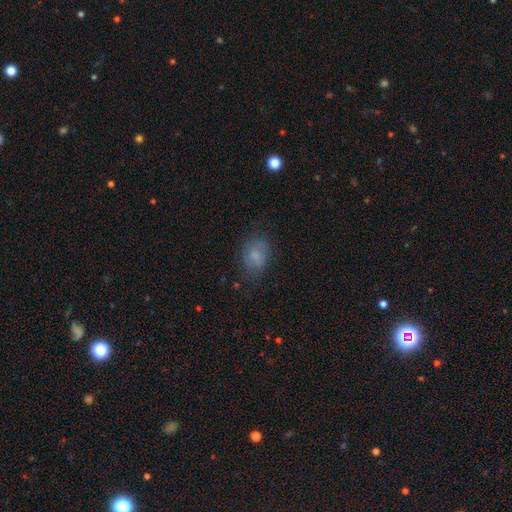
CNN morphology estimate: smooth 72%, featured or disk 17%, star or artifact 11%. Down the decision tree: how rounded — in between (69%); merging — none (70%).